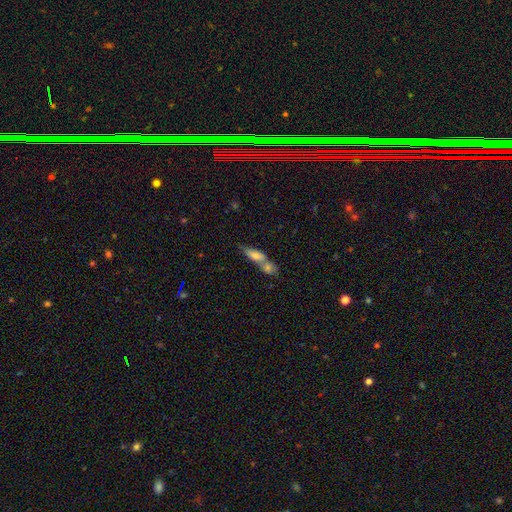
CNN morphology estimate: Smooth or featured?
  - smooth: 68% *
  - featured or disk: 24%
  - star or artifact: 8%
How rounded?
  - in between: 51% *
  - cigar-shaped: 45%
  - round: 5%
Merging?
  - merger: 65% *
  - none: 23%
  - minor disturbance: 8%
  - major disturbance: 4%